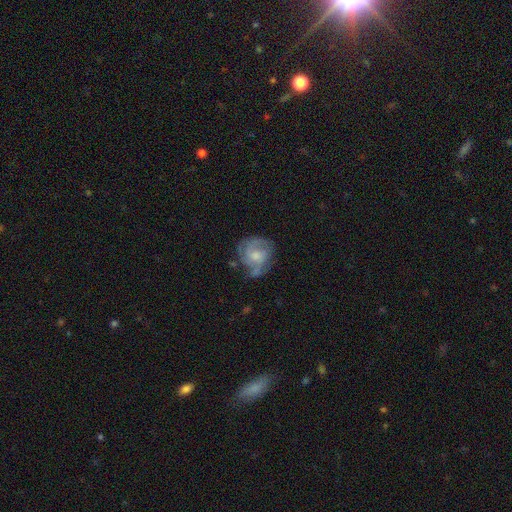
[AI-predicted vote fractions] Q: Smooth or featured?
A: featured or disk (63%); runner-up: smooth (30%)
Q: Edge-on disk?
A: no (98%); runner-up: yes (2%)
Q: Bar?
A: no (68%); runner-up: weak (28%)
Q: Spiral arms?
A: yes (77%); runner-up: no (23%)
Q: Bulge size?
A: moderate (48%); runner-up: small (32%)
Q: Merging?
A: none (54%); runner-up: minor disturbance (26%)